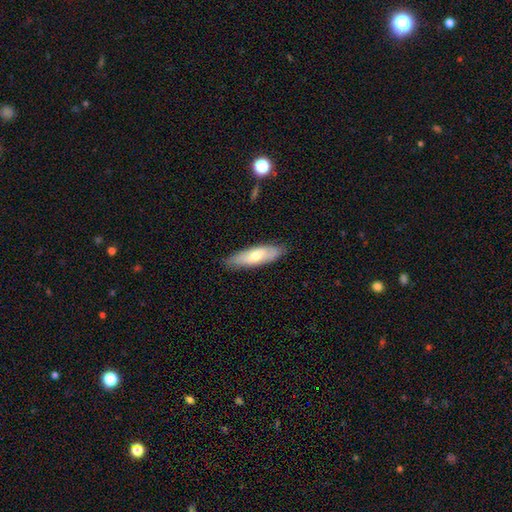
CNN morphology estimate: A smooth galaxy with no disk features (62%) that is cigar-shaped (54%).

Vote fractions:
- Smooth or featured? smooth: 62% / featured or disk: 32% / star or artifact: 6%
- How rounded? cigar-shaped: 54% / in between: 45% / round: 2%
- Merging? none: 83% / minor disturbance: 14% / major disturbance: 2% / merger: 1%